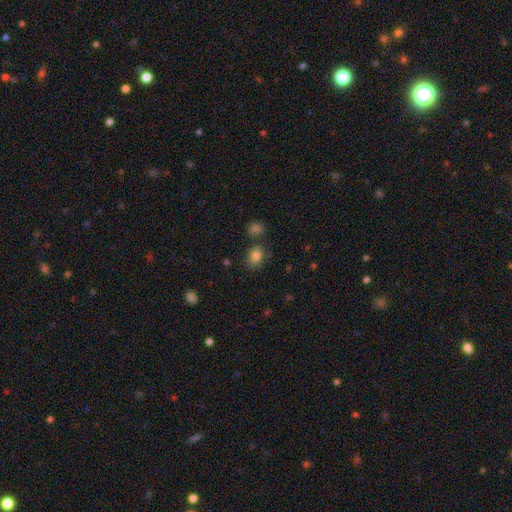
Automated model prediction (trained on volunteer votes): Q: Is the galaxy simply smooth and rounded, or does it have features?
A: smooth — 82%.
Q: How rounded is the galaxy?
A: in between — 63%.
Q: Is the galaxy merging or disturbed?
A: none — 70%.